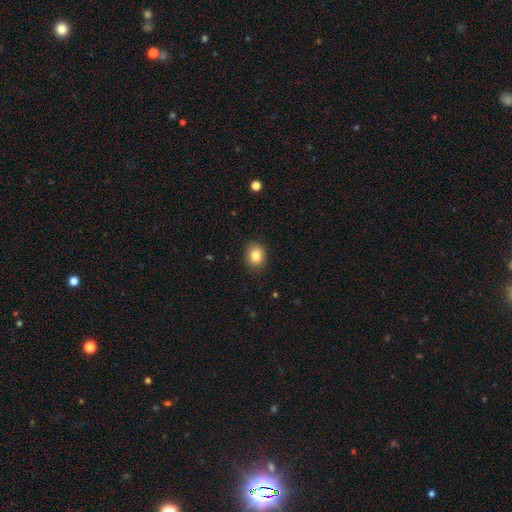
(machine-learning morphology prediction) type=smooth (84%); roundness=round (58%); merging=none (89%).